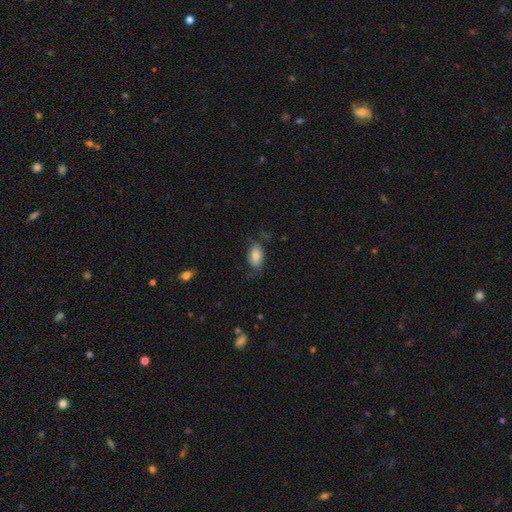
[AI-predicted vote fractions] Smooth or featured? Predicted: smooth (p=0.78). How rounded? Predicted: in between (p=0.91). Merging? Predicted: none (p=0.57).